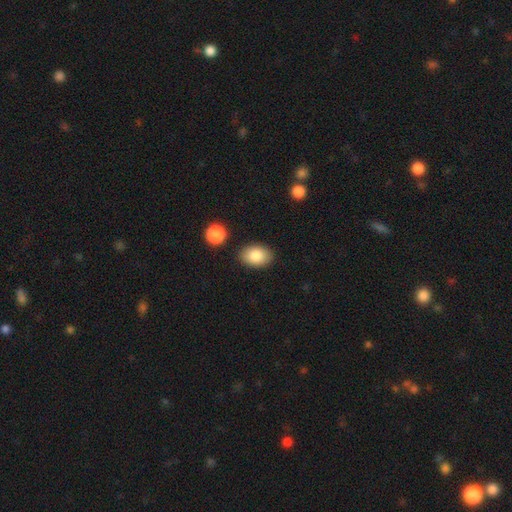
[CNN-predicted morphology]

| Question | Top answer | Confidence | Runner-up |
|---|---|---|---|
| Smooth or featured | smooth | 85% | featured or disk (8%) |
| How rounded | in between | 86% | round (13%) |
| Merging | none | 85% | minor disturbance (9%) |